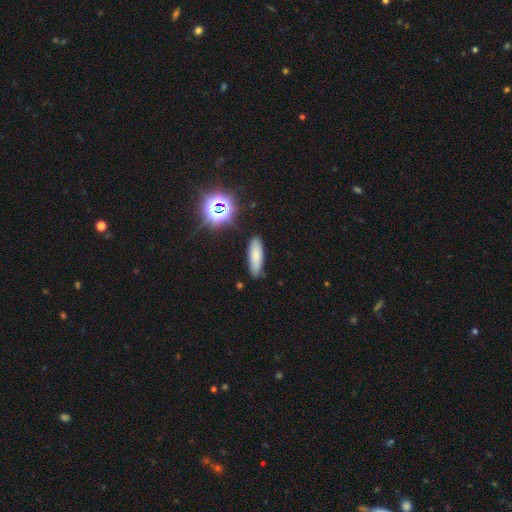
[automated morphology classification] This is likely a smooth galaxy (76%). How rounded: possibly cigar-shaped (50%). Merging: clearly none (84%).